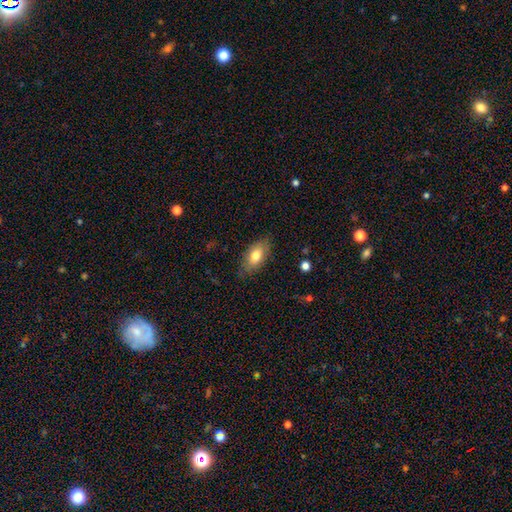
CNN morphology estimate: Smooth or featured: smooth — 74% (featured or disk — 19%)
How rounded: in between — 88% (cigar-shaped — 7%)
Merging: none — 79% (minor disturbance — 16%)